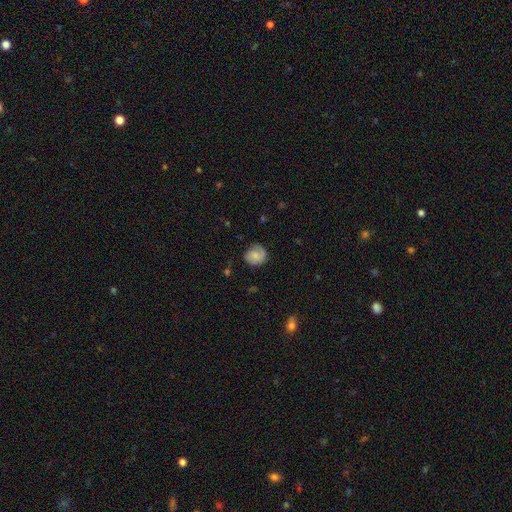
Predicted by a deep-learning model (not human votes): The model was most divided on "smooth or featured": smooth: 63%, featured or disk: 29%, star or artifact: 8%. More confident: how rounded — round (77%); merging — none (69%).